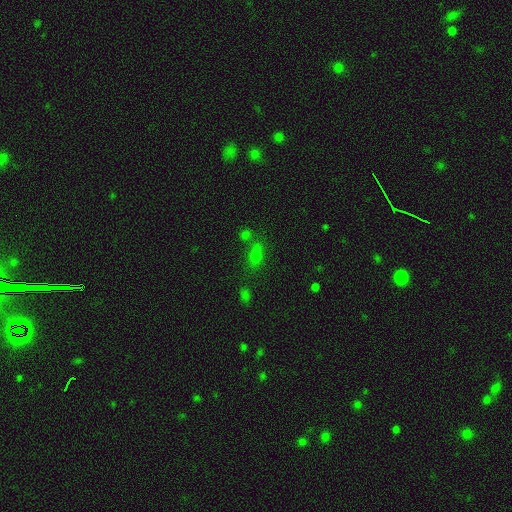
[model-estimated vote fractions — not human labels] Smooth or featured?
  - smooth: 60% *
  - star or artifact: 30%
  - featured or disk: 10%
How rounded?
  - in between: 67% *
  - round: 27%
  - cigar-shaped: 6%
Merging?
  - none: 58% *
  - merger: 21%
  - minor disturbance: 14%
  - major disturbance: 7%